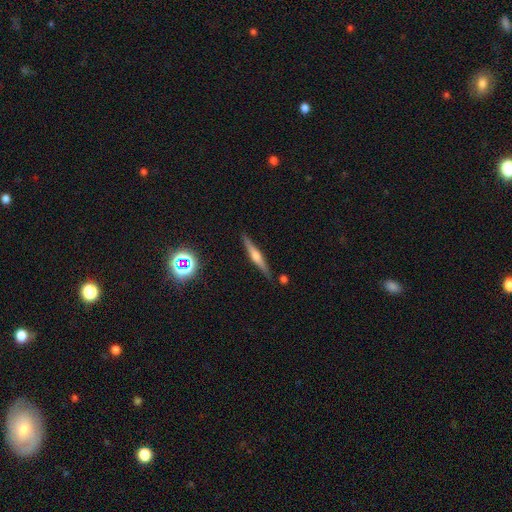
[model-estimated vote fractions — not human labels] Smooth or featured? Predicted: featured or disk (p=0.61). Edge-on disk? Predicted: yes (p=0.97). Edge-on bulge? Predicted: rounded (p=0.77). Merging? Predicted: none (p=0.87).